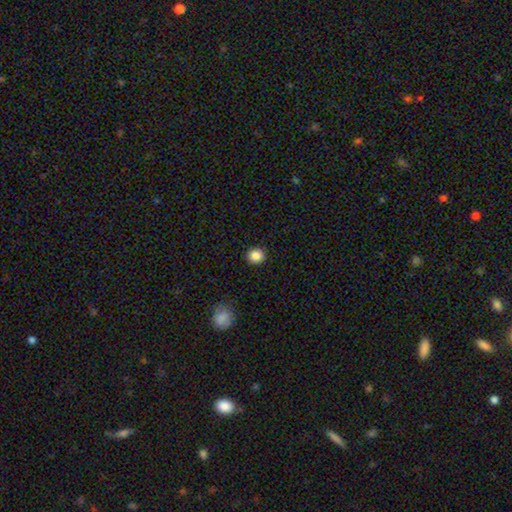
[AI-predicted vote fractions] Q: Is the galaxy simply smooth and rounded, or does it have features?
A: smooth — 86%.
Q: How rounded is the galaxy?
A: round — 83%.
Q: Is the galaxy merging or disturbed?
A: none — 91%.